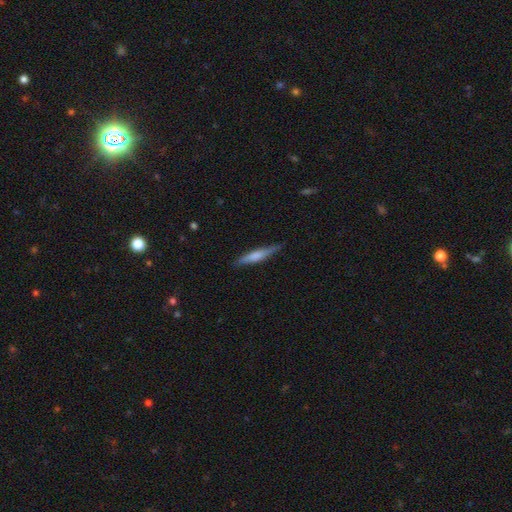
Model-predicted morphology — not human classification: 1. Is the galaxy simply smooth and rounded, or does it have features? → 57% smooth, 38% featured or disk, 6% star or artifact.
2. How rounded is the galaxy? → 88% cigar-shaped, 11% in between, 2% round.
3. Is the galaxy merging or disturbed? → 83% none, 13% minor disturbance, 2% major disturbance, 1% merger.